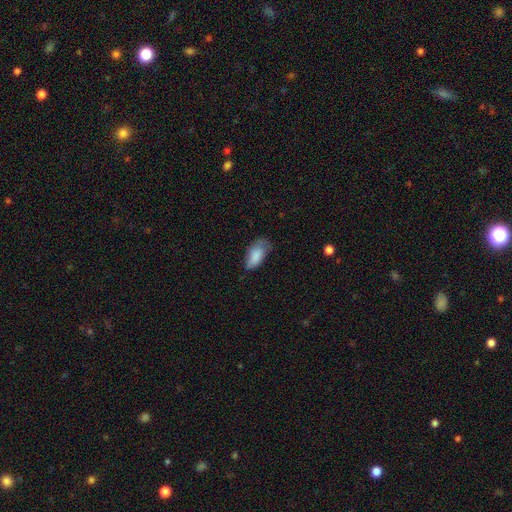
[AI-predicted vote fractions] Morphology: type=smooth (82%); roundness=in between (92%); merging=none (47%).